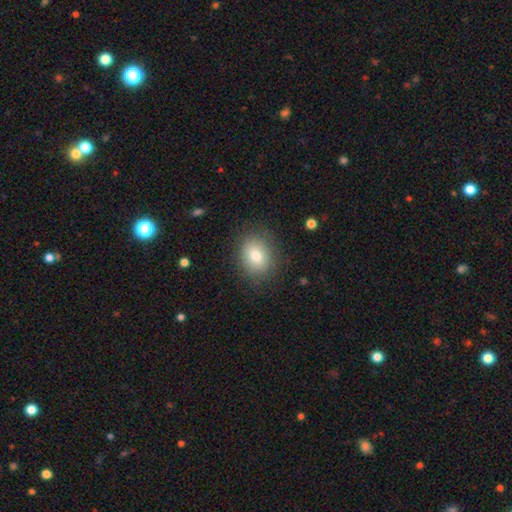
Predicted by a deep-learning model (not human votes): Smooth or featured: smooth — 78% (featured or disk — 12%)
How rounded: in between — 51% (round — 48%)
Merging: none — 84% (minor disturbance — 11%)